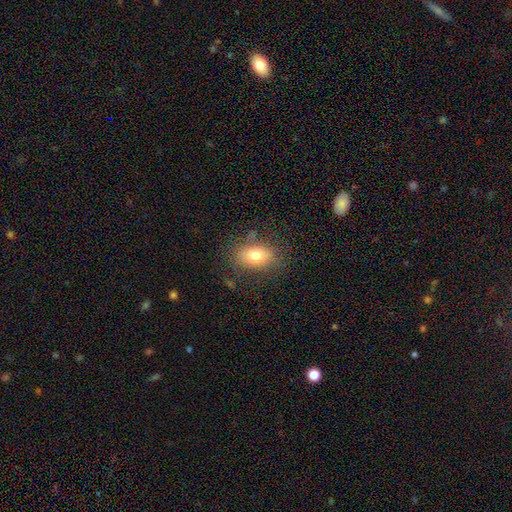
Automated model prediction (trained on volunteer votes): smooth_or_featured: smooth (p=0.75) [alt: featured or disk p=0.15]
how_rounded: in between (p=0.83) [alt: round p=0.15]
merging: none (p=0.74) [alt: minor disturbance p=0.17]